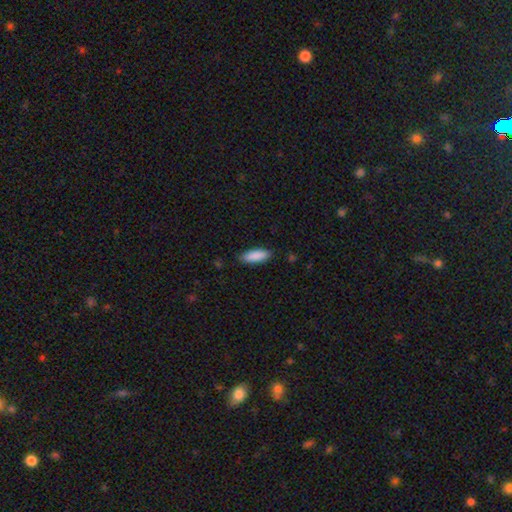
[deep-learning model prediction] A smooth galaxy with no disk features (89%) that is in between round and cigar-shaped (65%). Merging: none (84%).